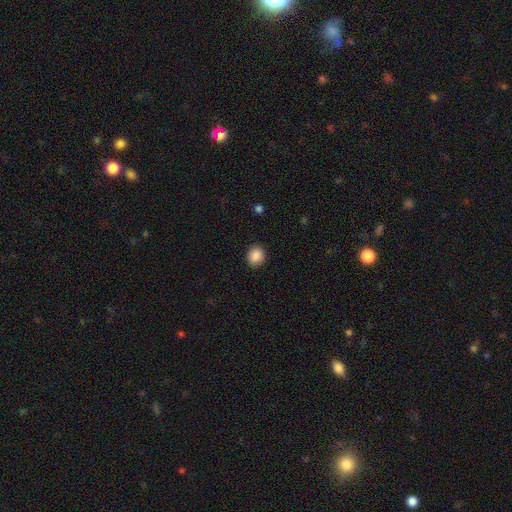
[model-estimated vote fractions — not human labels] Overall: smooth (88%). How rounded: round (80%). Merging: none (90%).